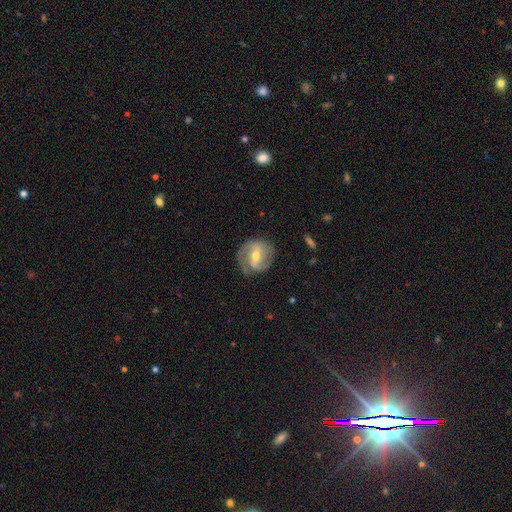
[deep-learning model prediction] Smooth or featured? featured or disk (78%)
Edge-on disk? no (97%)
Bar? weak (46%)
Spiral arms? yes (90%)
Spiral winding? medium (44%)
Spiral arm count? 2 (74%)
Bulge size? moderate (60%)
Merging? none (74%)